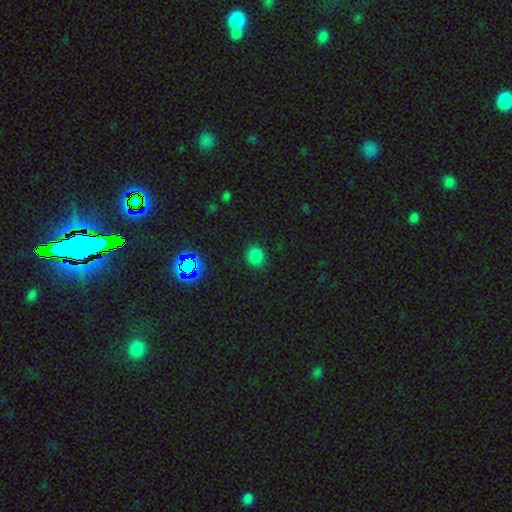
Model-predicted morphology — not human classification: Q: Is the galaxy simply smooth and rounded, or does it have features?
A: smooth — 79%.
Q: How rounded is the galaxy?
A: round — 74%.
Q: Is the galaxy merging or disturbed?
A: none — 88%.